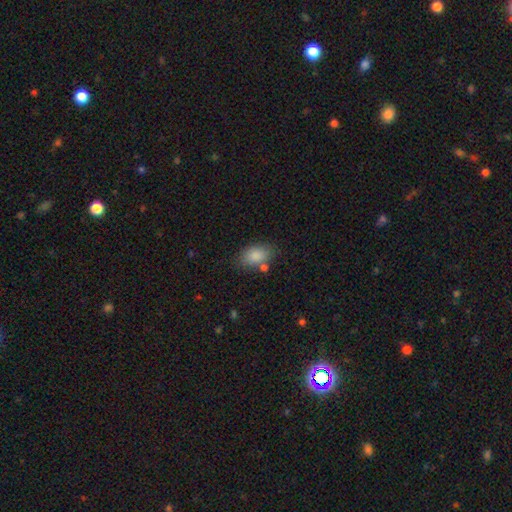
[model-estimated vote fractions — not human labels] smooth 86%, star or artifact 7%, featured or disk 6%. Down the decision tree: how rounded — in between (88%); merging — none (69%).